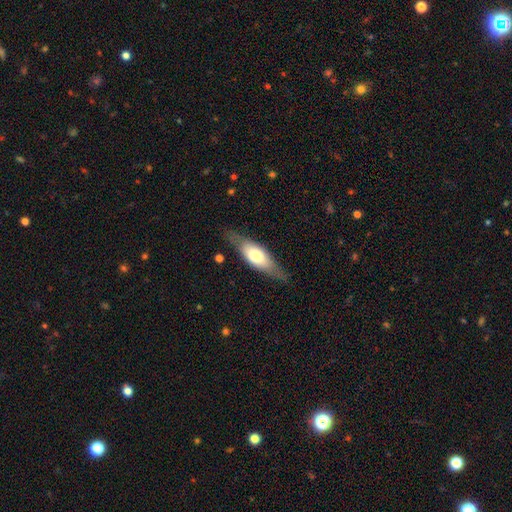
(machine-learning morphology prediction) smooth 50%, featured or disk 44%, star or artifact 6%. Down the decision tree: merging — none (78%).